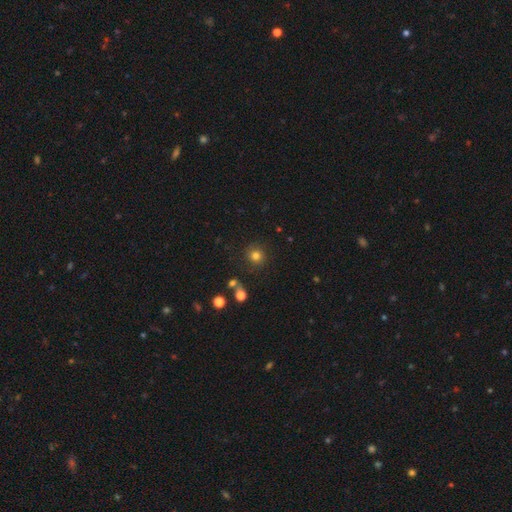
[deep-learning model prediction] Smooth or featured? smooth (78%)
How rounded? round (92%)
Merging? none (86%)